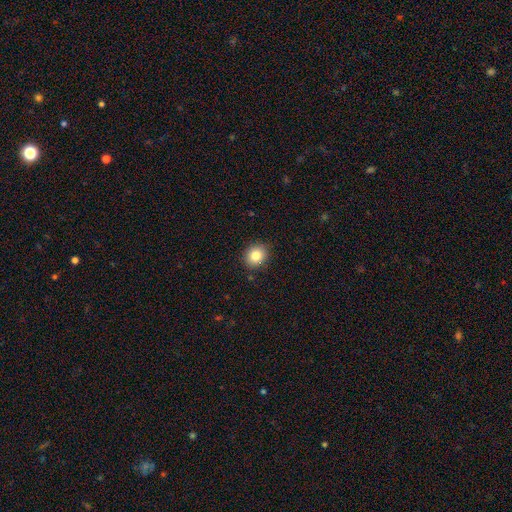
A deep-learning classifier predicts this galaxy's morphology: Smooth or featured? smooth (85%)
How rounded? round (74%)
Merging? none (88%)